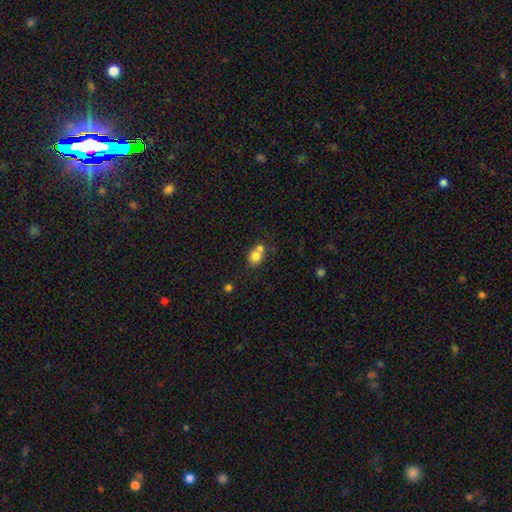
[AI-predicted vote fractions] Overall: smooth (77%). How rounded: round (66%; in between 33%). Merging: merger (48%; none 39%).